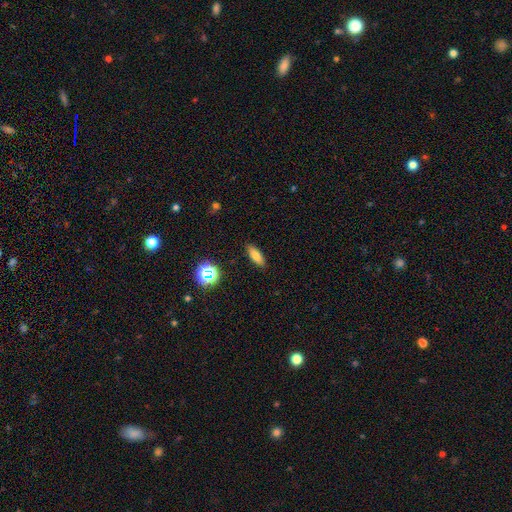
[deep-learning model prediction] This appears to be a smooth galaxy with no disk features (75%) that is in between round and cigar-shaped (66%). Merging: none (88%).